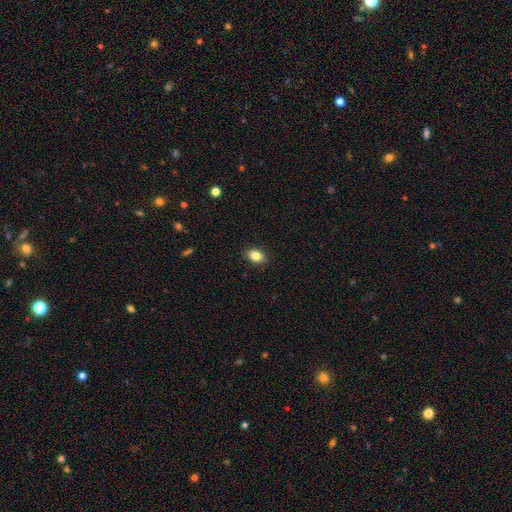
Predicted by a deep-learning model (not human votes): A smooth galaxy with no disk features (84%) that is in between round and cigar-shaped (80%). Merging: none (89%).